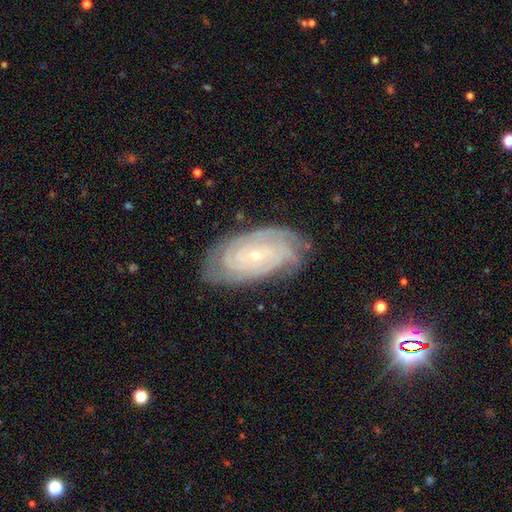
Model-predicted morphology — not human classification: Smooth or featured? Predicted: featured or disk (p=0.86). Edge-on disk? Predicted: no (p=0.96). Bar? Predicted: no (p=0.71). Spiral arms? Predicted: yes (p=0.97). Spiral winding? Predicted: tight (p=0.81). Spiral arm count? Predicted: can't tell (p=0.27). Bulge size? Predicted: small (p=0.84). Merging? Predicted: none (p=0.78).